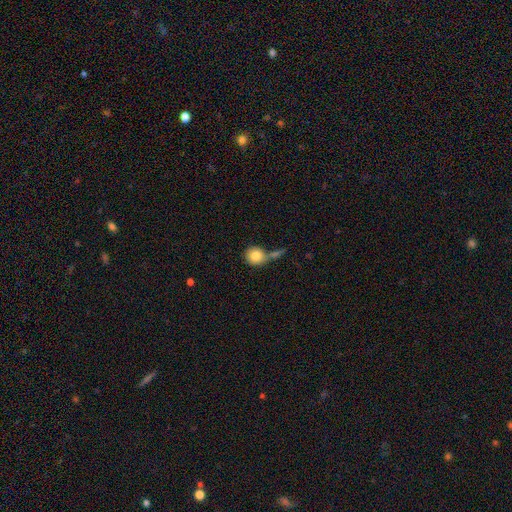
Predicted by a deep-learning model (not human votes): smooth-or-featured: smooth: 82% | featured or disk: 11% | star or artifact: 8%
  how-rounded: round: 89% | in between: 10% | cigar-shaped: 1%
  merging: none: 42% | merger: 37% | minor disturbance: 12% | major disturbance: 9%